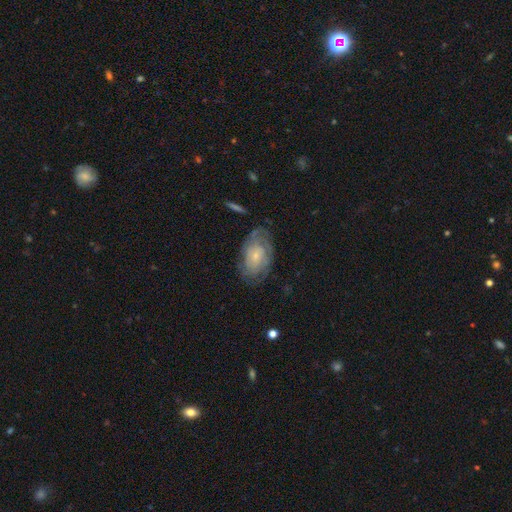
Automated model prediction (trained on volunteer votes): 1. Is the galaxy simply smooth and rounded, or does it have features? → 68% featured or disk, 25% smooth, 7% star or artifact.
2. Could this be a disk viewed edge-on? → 96% no, 4% yes.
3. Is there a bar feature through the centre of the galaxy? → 77% no, 19% weak, 3% strong.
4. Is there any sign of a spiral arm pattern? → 85% yes, 15% no.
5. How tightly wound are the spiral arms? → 66% tight, 25% medium, 9% loose.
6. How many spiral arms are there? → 55% can't tell, 17% 2, 11% 3, 8% 4, 5% more than 4, 5% 1.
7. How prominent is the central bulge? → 74% small, 19% moderate, 3% none, 2% large, 1% dominant.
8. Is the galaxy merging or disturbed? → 67% none, 21% minor disturbance, 10% major disturbance, 2% merger.